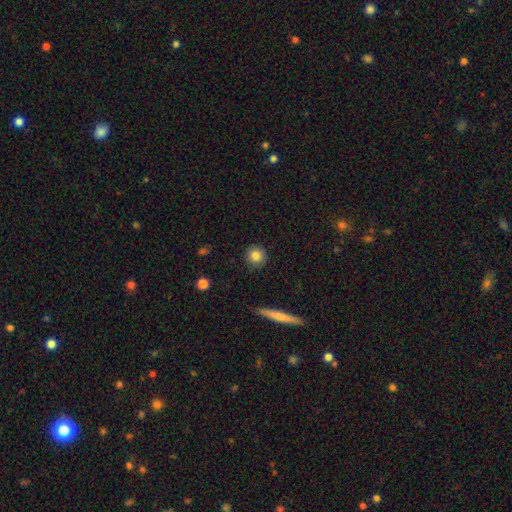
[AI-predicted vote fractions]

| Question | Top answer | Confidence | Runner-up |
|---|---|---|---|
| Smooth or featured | smooth | 84% | star or artifact (9%) |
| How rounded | round | 92% | in between (7%) |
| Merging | none | 89% | minor disturbance (7%) |